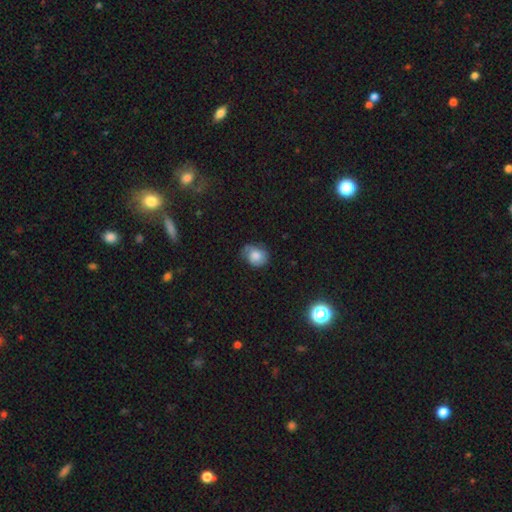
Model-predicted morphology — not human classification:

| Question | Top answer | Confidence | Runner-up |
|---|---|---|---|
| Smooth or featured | smooth | 71% | featured or disk (20%) |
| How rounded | round | 63% | in between (36%) |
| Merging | none | 51% | minor disturbance (35%) |